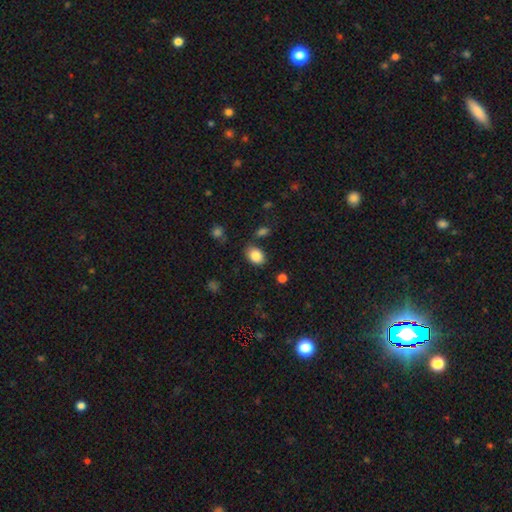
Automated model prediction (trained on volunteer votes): This appears to be a smooth galaxy with no disk features (86%) that is in between round and cigar-shaped (79%). Merging: none (75%).